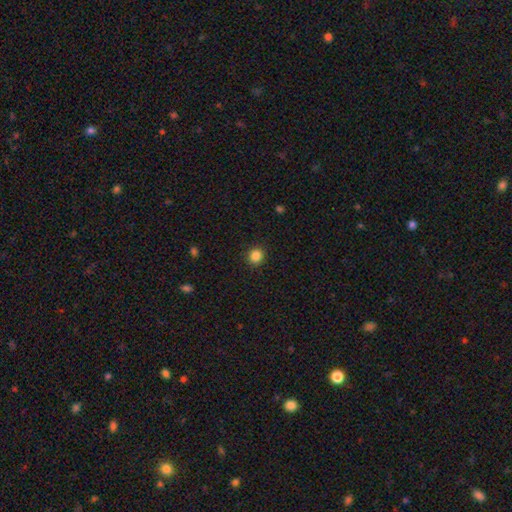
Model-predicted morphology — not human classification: Smooth or featured: smooth — 85% (star or artifact — 11%)
How rounded: round — 87% (in between — 12%)
Merging: none — 92% (minor disturbance — 6%)